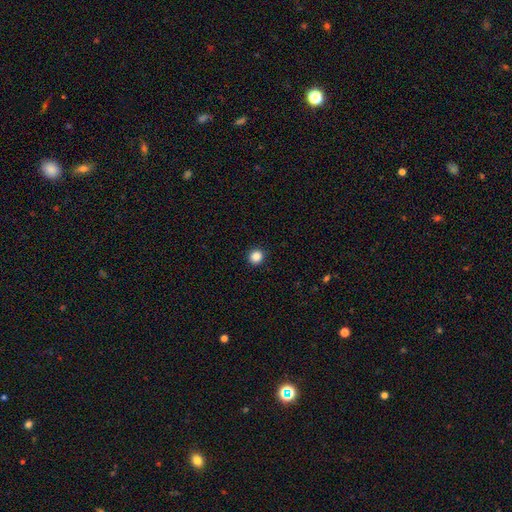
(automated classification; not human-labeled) This is clearly a smooth galaxy (86%). How rounded: clearly round (91%). Merging: clearly none (92%).